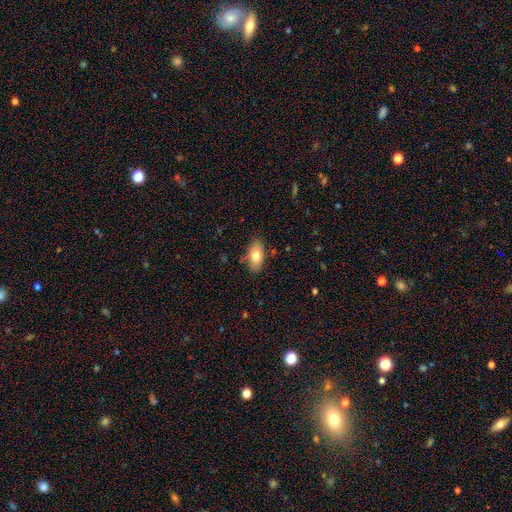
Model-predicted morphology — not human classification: A smooth galaxy with no disk features (77%) that is in between round and cigar-shaped (91%).

Vote fractions:
- Smooth or featured? smooth: 77% / featured or disk: 16% / star or artifact: 7%
- How rounded? in between: 91% / cigar-shaped: 5% / round: 4%
- Merging? none: 80% / minor disturbance: 15% / major disturbance: 3% / merger: 3%